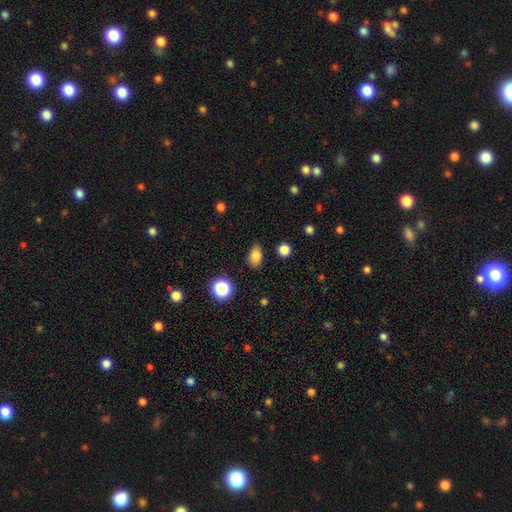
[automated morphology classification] This appears to be a smooth galaxy with no disk features (84%) that is in between round and cigar-shaped (81%). Merging: none (83%).